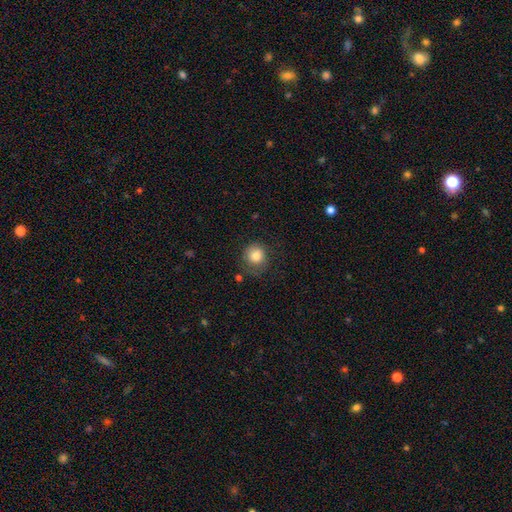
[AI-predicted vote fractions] Q: Smooth or featured?
A: smooth (79%); runner-up: featured or disk (12%)
Q: How rounded?
A: round (84%); runner-up: in between (15%)
Q: Merging?
A: none (62%); runner-up: minor disturbance (23%)